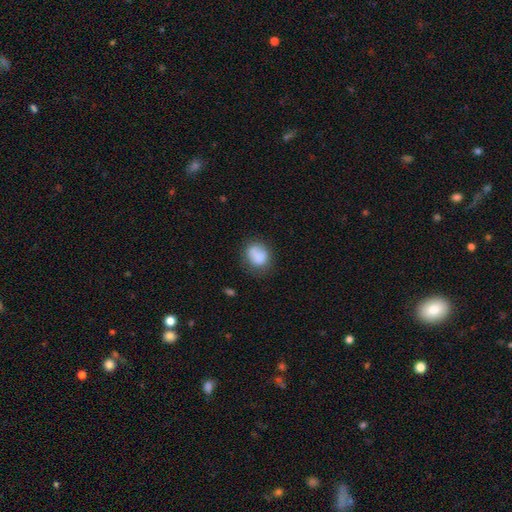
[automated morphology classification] This is clearly a smooth galaxy (81%). How rounded: possibly round (58%). Merging: likely none (61%).